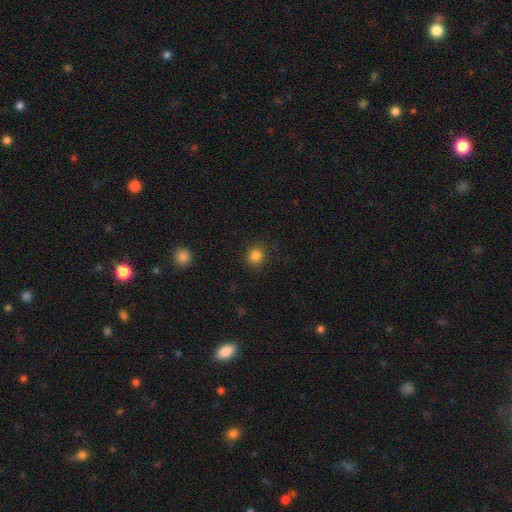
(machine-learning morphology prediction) Q: Smooth or featured?
A: smooth (84%); runner-up: star or artifact (12%)
Q: How rounded?
A: round (90%); runner-up: in between (9%)
Q: Merging?
A: none (89%); runner-up: minor disturbance (8%)